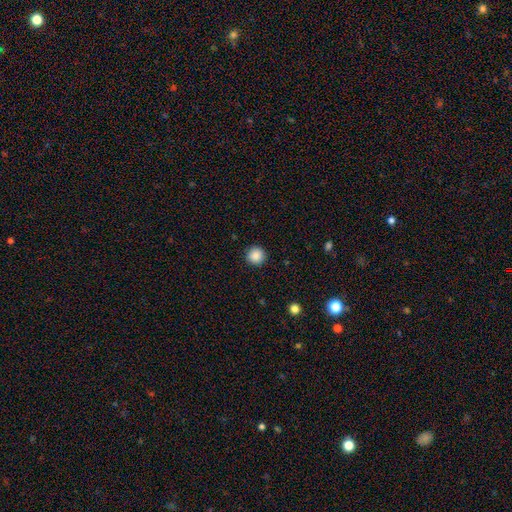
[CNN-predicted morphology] This appears to be a smooth galaxy with no disk features (88%) that is round (95%). Merging: none (92%).